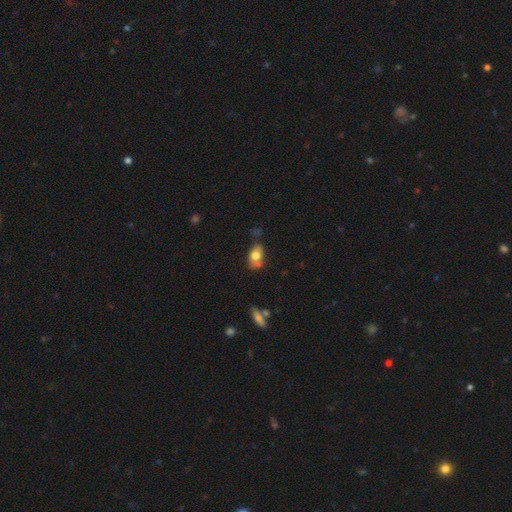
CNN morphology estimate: type=smooth (75%); roundness=in between (85%); merging=none (57%).